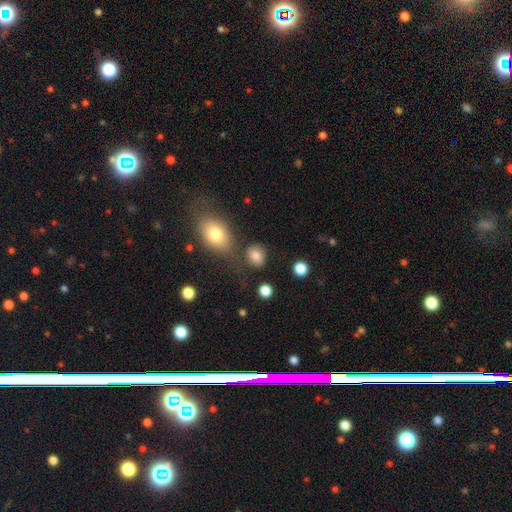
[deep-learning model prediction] A smooth galaxy with no disk features (82%) that is round (67%). Merging: none (73%).